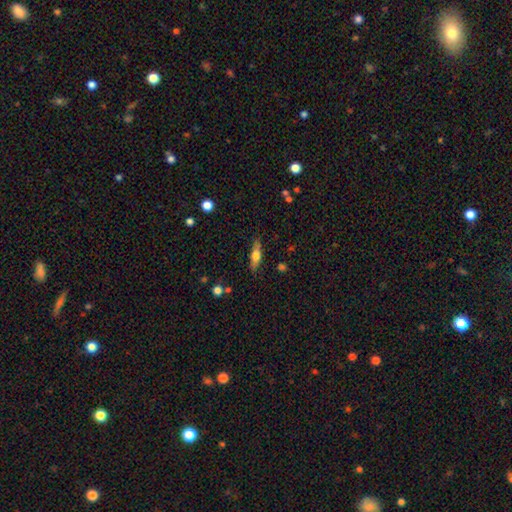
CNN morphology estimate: The model was most divided on "how rounded": cigar-shaped: 52%, in between: 45%, round: 4%. More confident: merging — none (81%); smooth or featured — smooth (56%).